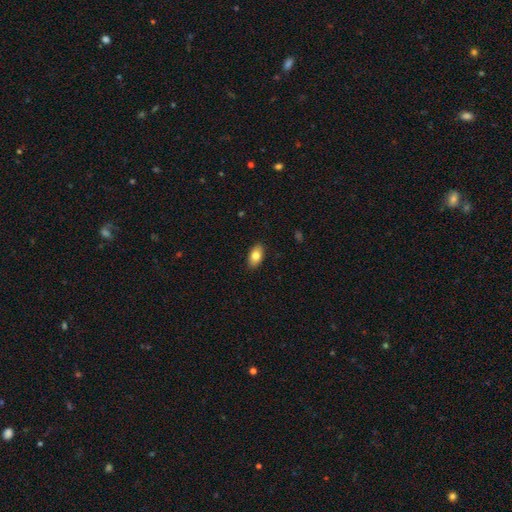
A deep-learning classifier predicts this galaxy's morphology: This is likely a smooth galaxy (80%). How rounded: clearly in between (91%). Merging: clearly none (89%).